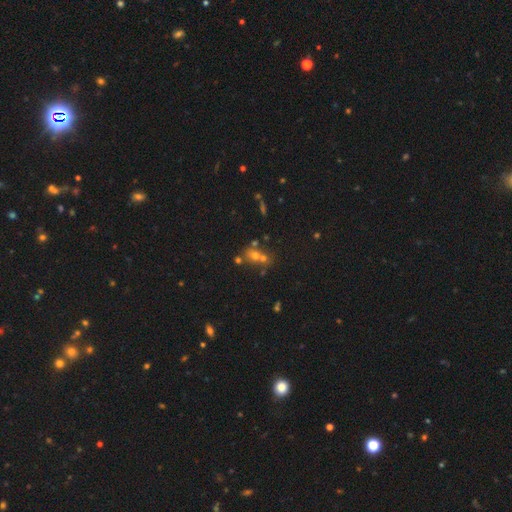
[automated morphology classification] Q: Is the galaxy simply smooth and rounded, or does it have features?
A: smooth — 46%.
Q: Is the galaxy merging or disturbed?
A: merger — 45%.